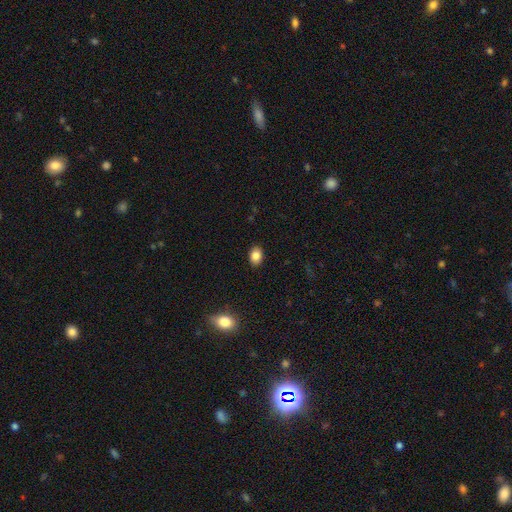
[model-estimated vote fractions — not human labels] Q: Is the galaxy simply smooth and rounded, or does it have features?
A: smooth — 86%.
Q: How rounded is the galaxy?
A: in between — 75%.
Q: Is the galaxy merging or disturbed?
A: none — 89%.